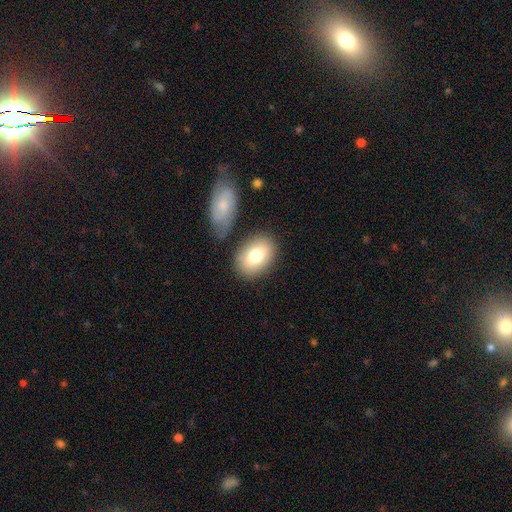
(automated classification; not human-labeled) A smooth galaxy with no disk features (76%) that is in between round and cigar-shaped (76%).

Vote fractions:
- Smooth or featured? smooth: 76% / featured or disk: 16% / star or artifact: 8%
- How rounded? in between: 76% / round: 23% / cigar-shaped: 1%
- Merging? none: 77% / minor disturbance: 12% / merger: 7% / major disturbance: 4%